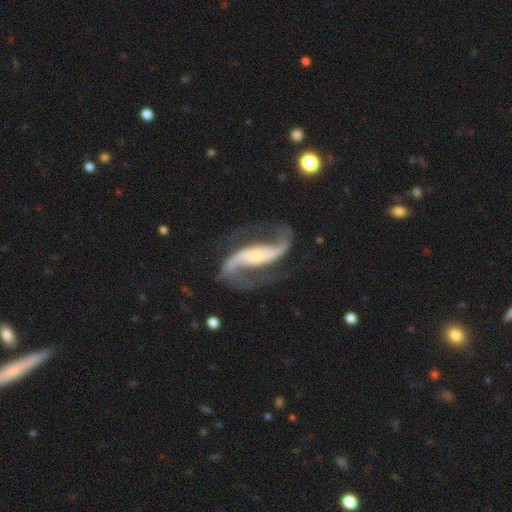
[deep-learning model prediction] The model was most divided on "bar": strong: 46%, no: 28%, weak: 26%. More confident: spiral arms — yes (98%); edge-on disk — no (95%); spiral arm count — 2 (94%); smooth or featured — featured or disk (92%); merging — none (77%); bulge size — small (64%); spiral winding — loose (61%).